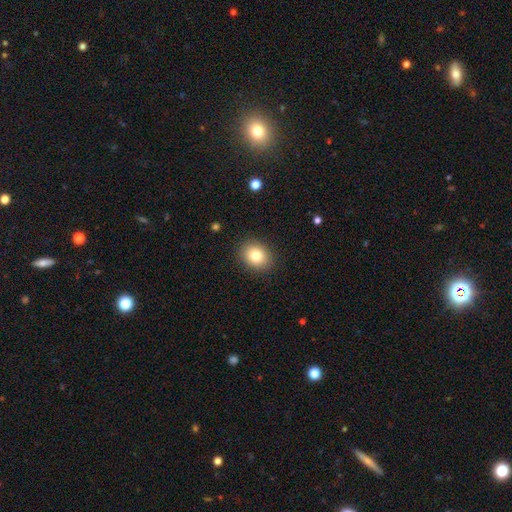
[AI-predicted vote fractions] Smooth or featured? Predicted: smooth (p=0.81). How rounded? Predicted: round (p=0.56). Merging? Predicted: none (p=0.89).